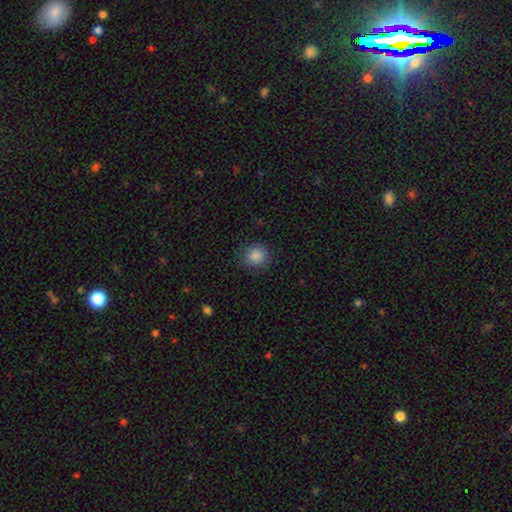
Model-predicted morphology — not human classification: type=smooth (87%); roundness=round (87%); merging=none (88%).